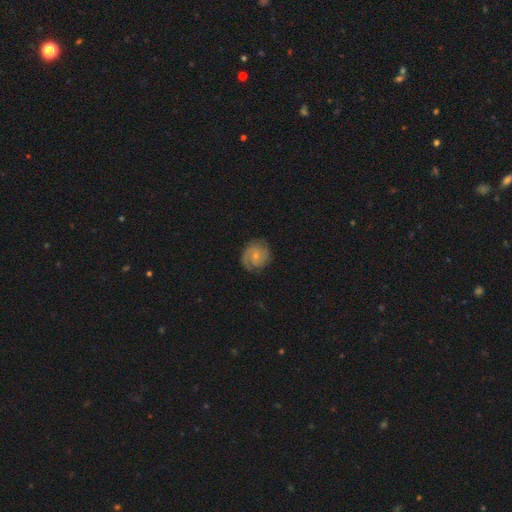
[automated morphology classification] Smooth or featured? featured or disk (73%)
Edge-on disk? no (98%)
Bar? no (61%)
Spiral arms? yes (94%)
Spiral winding? tight (50%)
Spiral arm count? 2 (70%)
Bulge size? small (68%)
Merging? none (79%)